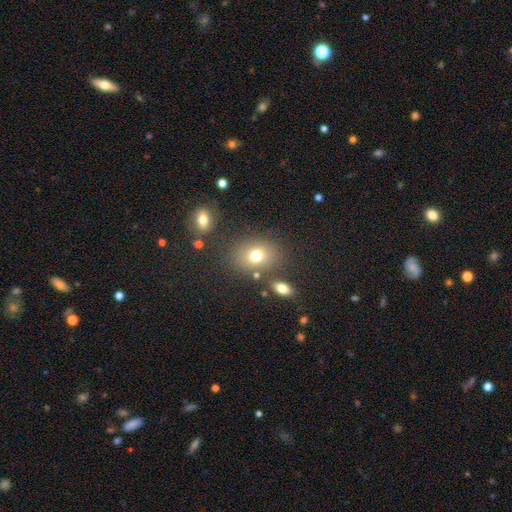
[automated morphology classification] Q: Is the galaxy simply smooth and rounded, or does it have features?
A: smooth — 70%.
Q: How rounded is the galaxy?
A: in between — 58%.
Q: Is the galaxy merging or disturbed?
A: none — 76%.